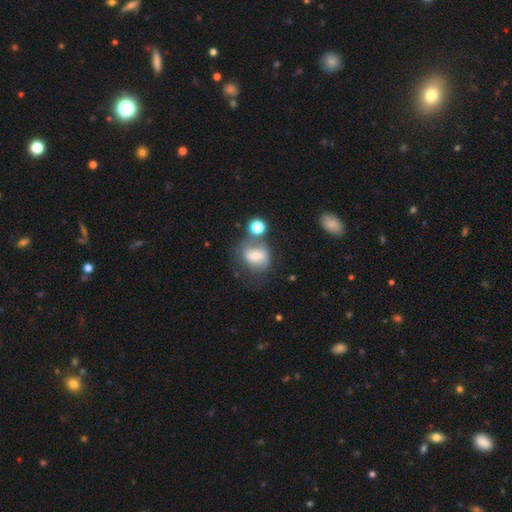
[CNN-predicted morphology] A smooth galaxy with no disk features (50%) that is round (63%). Merging: none (40%).